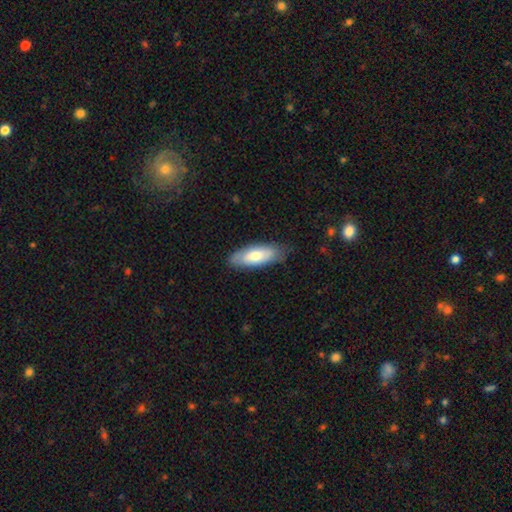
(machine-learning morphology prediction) Q: Smooth or featured?
A: smooth (67%); runner-up: featured or disk (28%)
Q: How rounded?
A: in between (73%); runner-up: cigar-shaped (25%)
Q: Merging?
A: none (79%); runner-up: minor disturbance (17%)